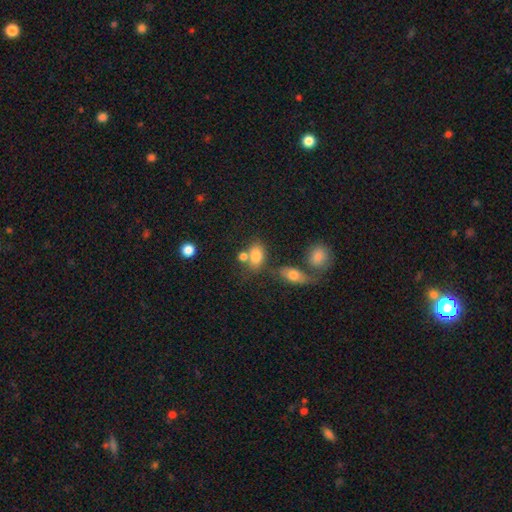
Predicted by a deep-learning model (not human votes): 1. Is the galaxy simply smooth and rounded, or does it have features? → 79% smooth, 11% featured or disk, 10% star or artifact.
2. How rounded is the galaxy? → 78% in between, 20% round, 2% cigar-shaped.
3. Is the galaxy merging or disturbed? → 49% none, 30% merger, 15% minor disturbance, 6% major disturbance.